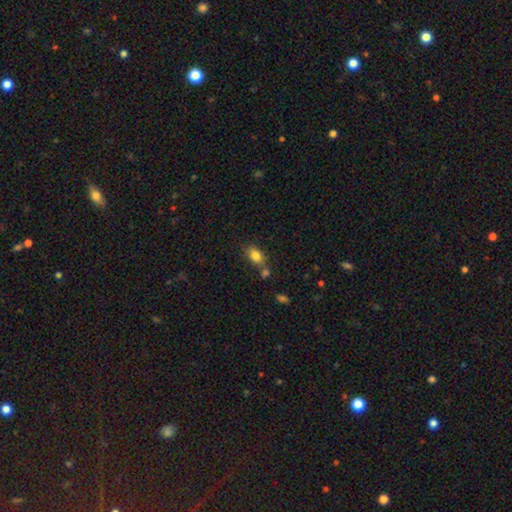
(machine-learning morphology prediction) Q: Smooth or featured?
A: smooth (83%); runner-up: star or artifact (9%)
Q: How rounded?
A: in between (81%); runner-up: round (17%)
Q: Merging?
A: none (58%); runner-up: merger (22%)